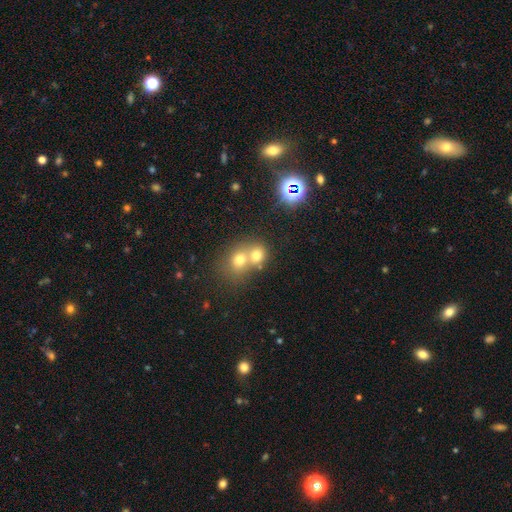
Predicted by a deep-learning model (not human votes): This appears to be a smooth galaxy with no disk features (66%) that is round (71%). Merging: merger (63%).